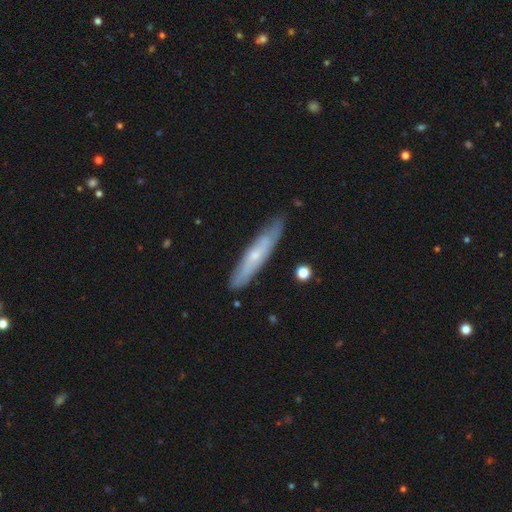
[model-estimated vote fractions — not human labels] A featured or disk galaxy (55%) viewed edge-on (65%). Merging: none (81%).